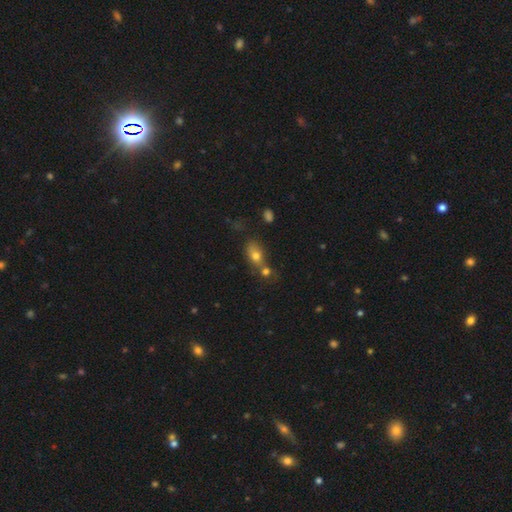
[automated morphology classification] A smooth galaxy with no disk features (71%) that is in between round and cigar-shaped (68%).

Vote fractions:
- Smooth or featured? smooth: 71% / featured or disk: 15% / star or artifact: 14%
- How rounded? in between: 68% / round: 28% / cigar-shaped: 4%
- Merging? merger: 46% / none: 36% / minor disturbance: 12% / major disturbance: 6%